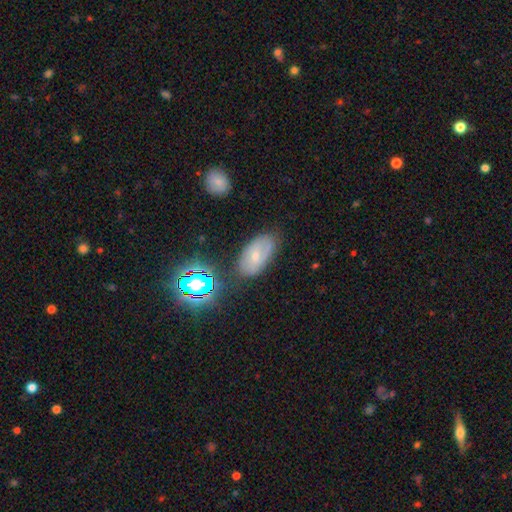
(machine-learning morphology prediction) Smooth or featured? smooth (45%)
Merging? none (71%)